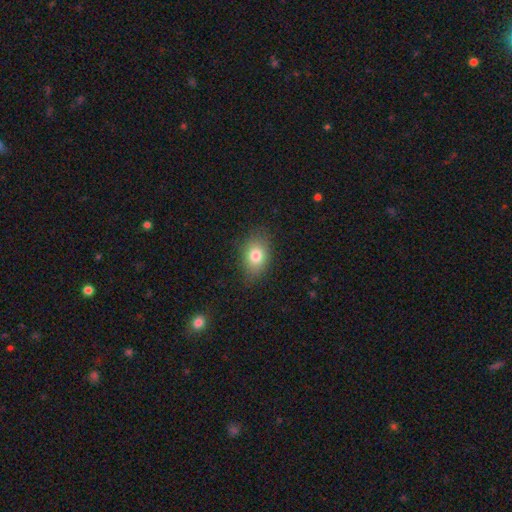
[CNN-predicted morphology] This appears to be a smooth galaxy with no disk features (78%) that is in between round and cigar-shaped (77%). Merging: none (80%).